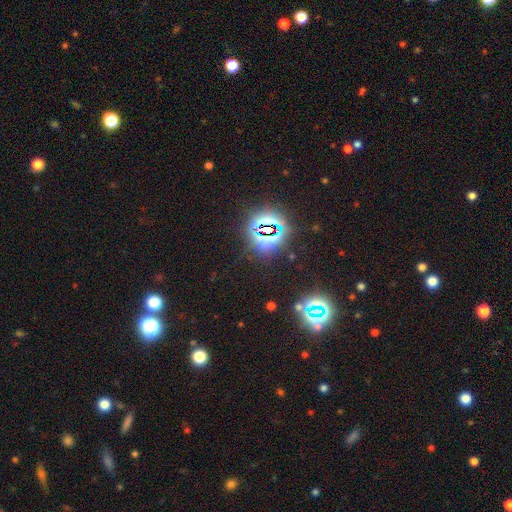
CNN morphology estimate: Smooth or featured?
  - star or artifact: 81% *
  - smooth: 12%
  - featured or disk: 7%